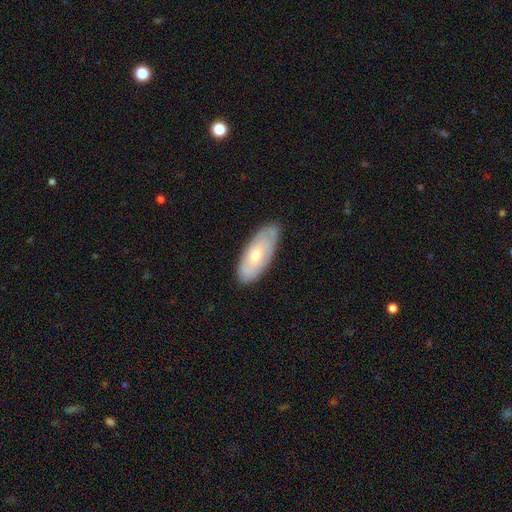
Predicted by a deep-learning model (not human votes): A smooth galaxy with no disk features (51%) that is in between round and cigar-shaped (80%).

Vote fractions:
- Smooth or featured? smooth: 51% / featured or disk: 43% / star or artifact: 6%
- How rounded? in between: 80% / cigar-shaped: 18% / round: 2%
- Merging? none: 83% / minor disturbance: 14% / major disturbance: 3% / merger: 1%